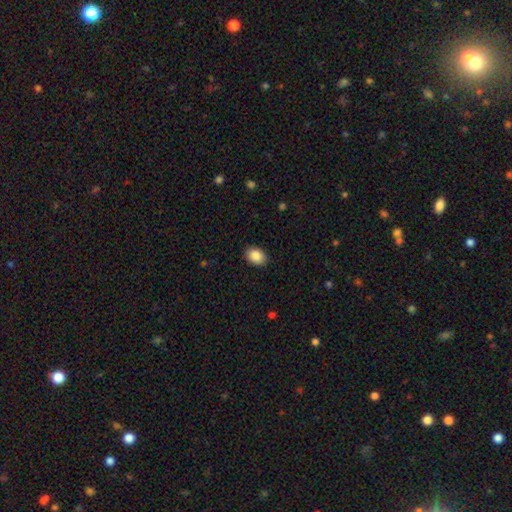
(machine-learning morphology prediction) Smooth or featured? Predicted: smooth (p=0.87). How rounded? Predicted: in between (p=0.74). Merging? Predicted: none (p=0.89).